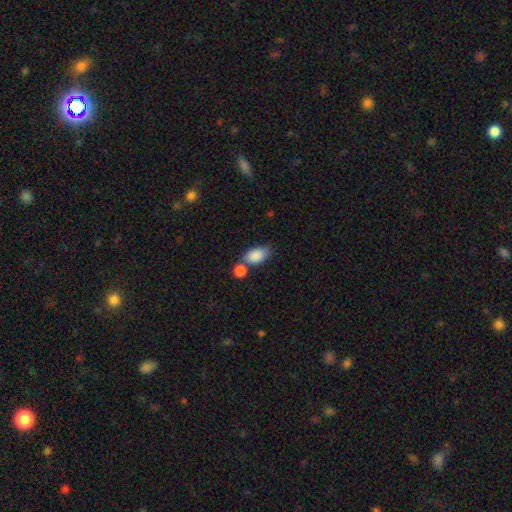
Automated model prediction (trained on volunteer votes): Smooth or featured?
  - smooth: 87% *
  - star or artifact: 7%
  - featured or disk: 6%
How rounded?
  - in between: 91% *
  - round: 6%
  - cigar-shaped: 3%
Merging?
  - none: 53% *
  - merger: 29%
  - minor disturbance: 14%
  - major disturbance: 4%